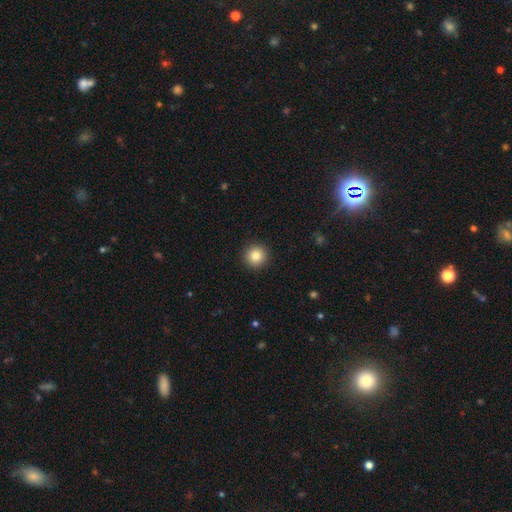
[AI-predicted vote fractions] A smooth galaxy with no disk features (84%) that is round (96%). Merging: none (93%).